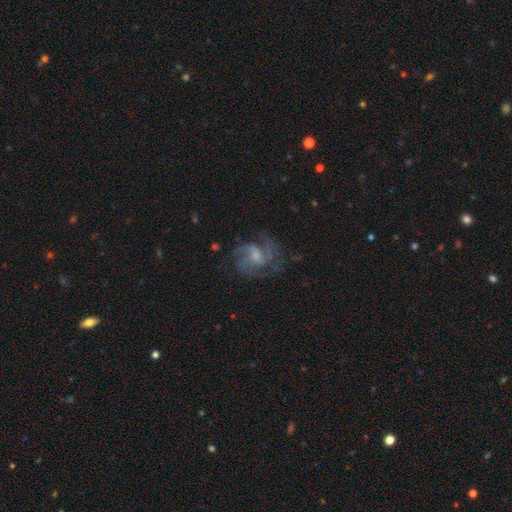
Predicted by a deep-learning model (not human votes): Smooth or featured?
  - featured or disk: 77% *
  - smooth: 15%
  - star or artifact: 8%
Edge-on disk?
  - no: 98% *
  - yes: 2%
Bar?
  - no: 49% *
  - weak: 43%
  - strong: 7%
Spiral arms?
  - yes: 90% *
  - no: 10%
Spiral winding?
  - medium: 50% *
  - tight: 27%
  - loose: 23%
Spiral arm count?
  - 3: 33% *
  - 2: 24%
  - can't tell: 23%
  - 4: 9%
  - 1: 6%
  - more than 4: 5%
Bulge size?
  - small: 45% *
  - moderate: 32%
  - none: 17%
  - large: 4%
  - dominant: 1%
Merging?
  - none: 57% *
  - major disturbance: 22%
  - minor disturbance: 19%
  - merger: 2%